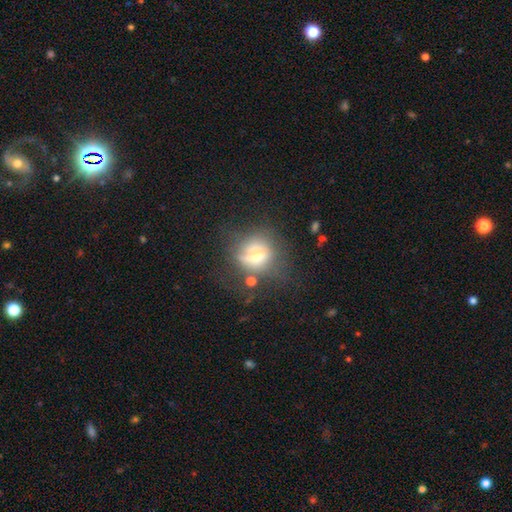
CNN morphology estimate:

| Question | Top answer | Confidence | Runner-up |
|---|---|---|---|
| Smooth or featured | smooth | 55% | featured or disk (30%) |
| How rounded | round | 79% | in between (19%) |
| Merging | none | 47% | minor disturbance (21%) |